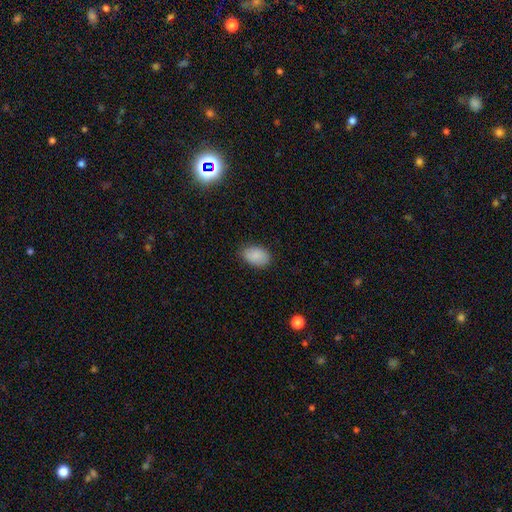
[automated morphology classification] The model was most divided on "merging": none: 83%, minor disturbance: 13%, major disturbance: 3%, merger: 1%. More confident: how rounded — in between (88%); smooth or featured — smooth (88%).